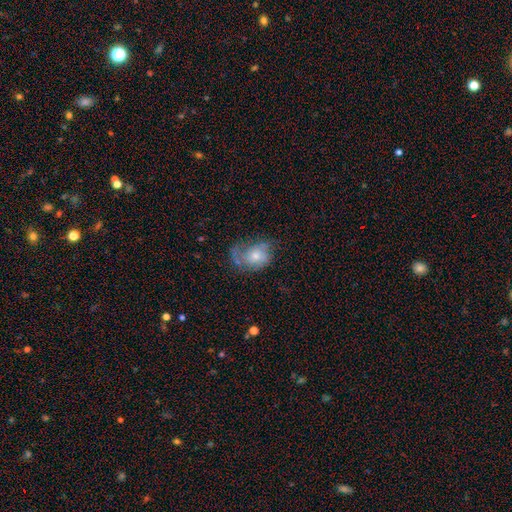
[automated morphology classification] Smooth or featured?
  - smooth: 50% *
  - featured or disk: 41%
  - star or artifact: 9%
Merging?
  - none: 38% *
  - minor disturbance: 30%
  - major disturbance: 28%
  - merger: 4%